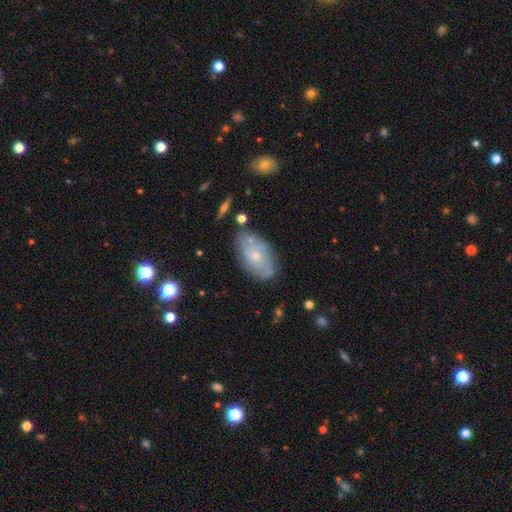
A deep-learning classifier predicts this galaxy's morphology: type=featured or disk (55%); edge-on=no (92%); bar=no (80%); spiral arms=yes (65%); bulge=small (60%); merging=none (67%).